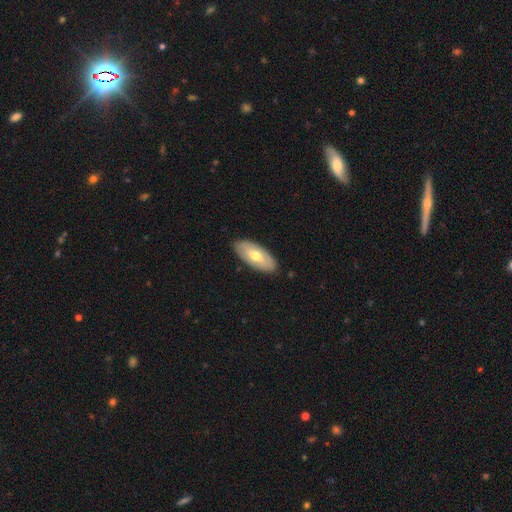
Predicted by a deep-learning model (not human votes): Smooth or featured: smooth — 56% (featured or disk — 39%)
How rounded: in between — 90% (cigar-shaped — 8%)
Merging: none — 87% (minor disturbance — 10%)